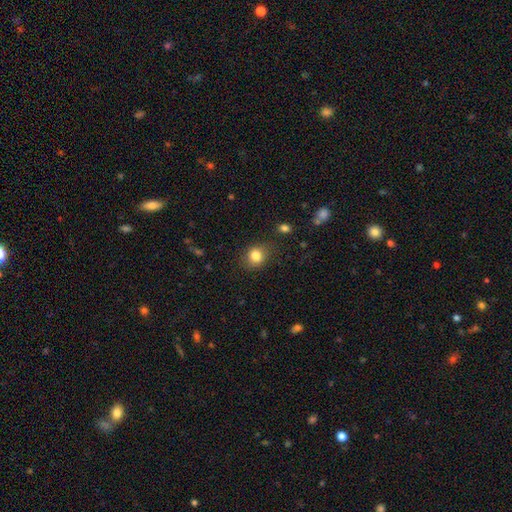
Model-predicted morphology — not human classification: smooth 83%, star or artifact 11%, featured or disk 6%. Down the decision tree: how rounded — round (70%); merging — none (80%).